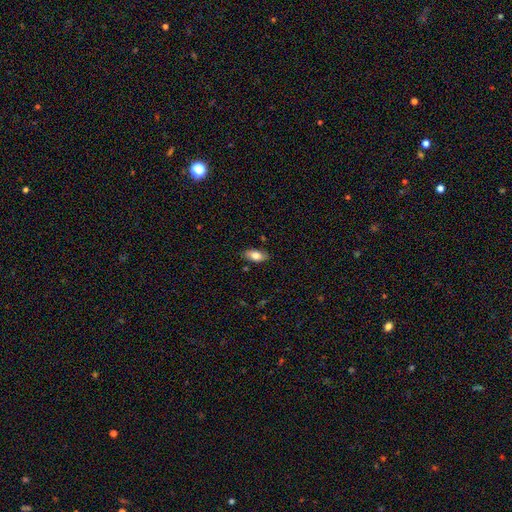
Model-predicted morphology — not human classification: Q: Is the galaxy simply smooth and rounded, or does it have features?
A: smooth — 78%.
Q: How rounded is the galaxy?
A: in between — 89%.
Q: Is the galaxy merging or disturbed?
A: none — 85%.